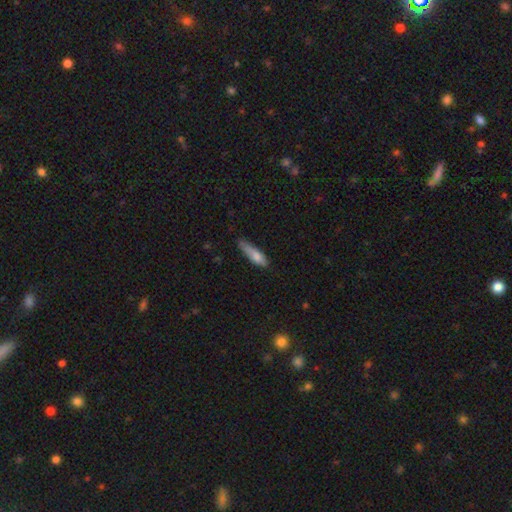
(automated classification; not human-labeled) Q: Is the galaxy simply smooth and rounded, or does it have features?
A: smooth — 78%.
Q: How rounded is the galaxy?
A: cigar-shaped — 65%.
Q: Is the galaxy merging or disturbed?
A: none — 52%.